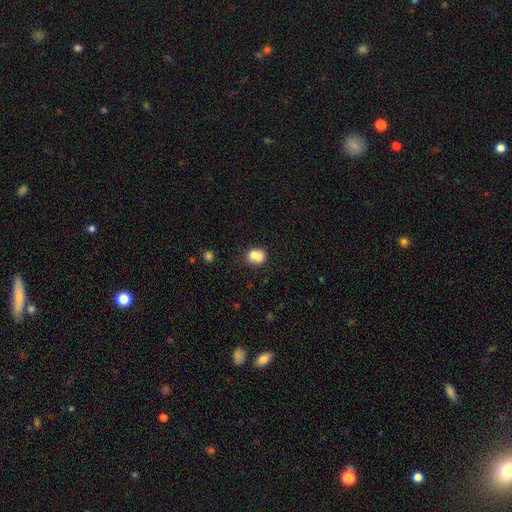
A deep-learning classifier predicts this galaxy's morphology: Overall: smooth (72%). How rounded: round (60%; in between 39%). Merging: merger (53%; none 33%).